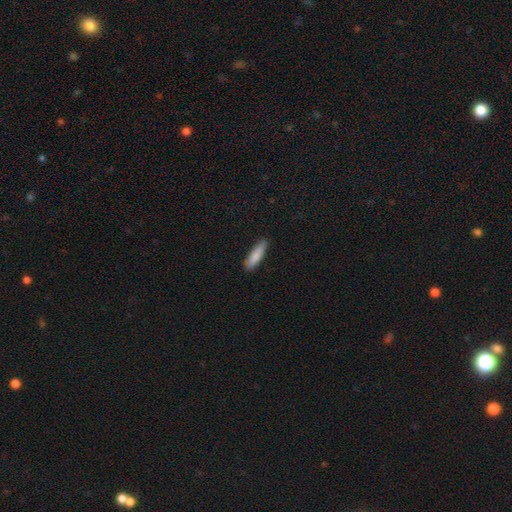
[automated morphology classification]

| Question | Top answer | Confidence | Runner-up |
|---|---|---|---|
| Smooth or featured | smooth | 85% | featured or disk (10%) |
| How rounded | cigar-shaped | 73% | in between (26%) |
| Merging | none | 84% | minor disturbance (13%) |